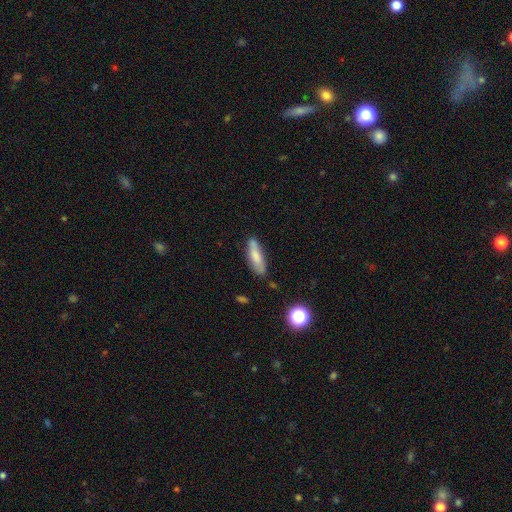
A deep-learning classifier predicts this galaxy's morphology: Overall: smooth (75%). How rounded: cigar-shaped (57%; in between 41%). Merging: none (70%).